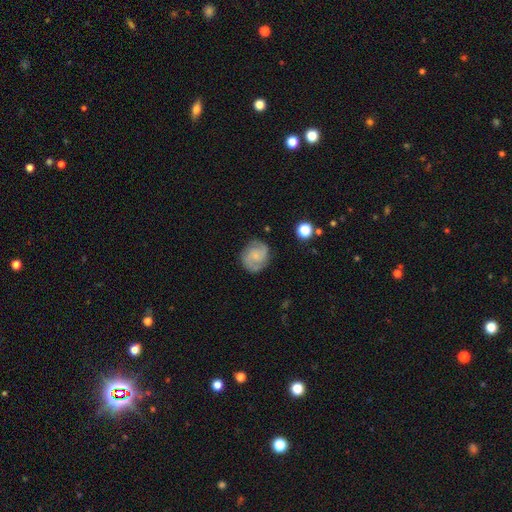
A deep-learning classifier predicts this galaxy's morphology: This appears to be a featured or disk galaxy (71%) with no bar (61%), 2 (81%) medium (48%) spiral arms (95%) and a small central bulge (48%). Merging: none (79%).